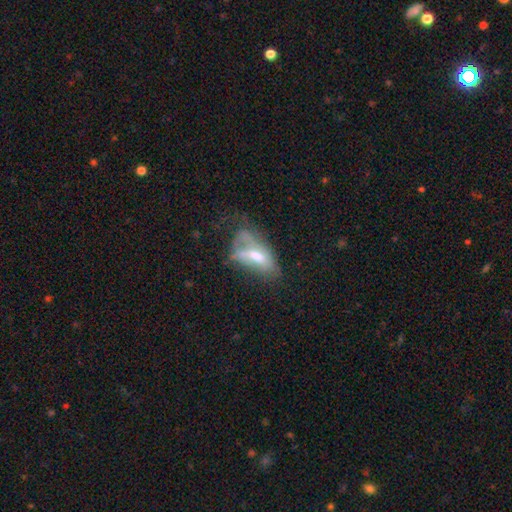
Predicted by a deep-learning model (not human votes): This is possibly a featured or disk galaxy (46%). Merging: marginally major disturbance (39%).